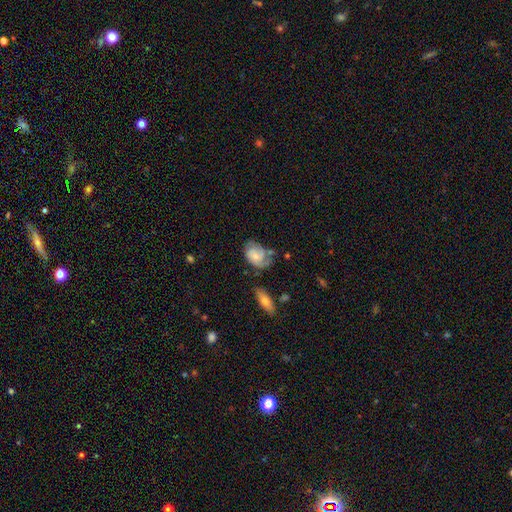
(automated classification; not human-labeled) Overall: featured or disk (56%; smooth 37%). Edge-on disk: no (97%). Bar: no (73%). Spiral arms: yes (83%). Bulge size: small (53%; moderate 29%). Merging: none (41%; minor disturbance 30%).